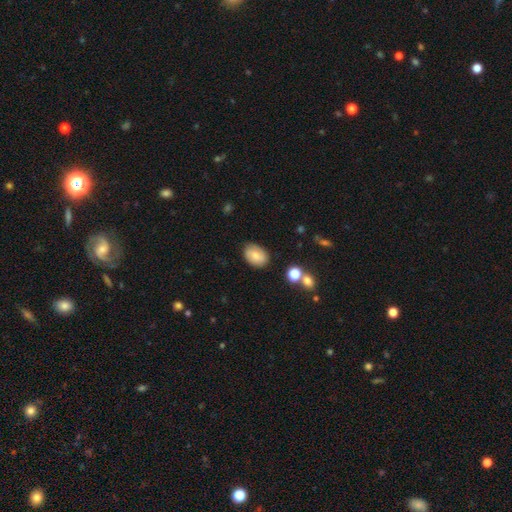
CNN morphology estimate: smooth 74%, featured or disk 17%, star or artifact 8%. Down the decision tree: how rounded — in between (81%); merging — none (82%).